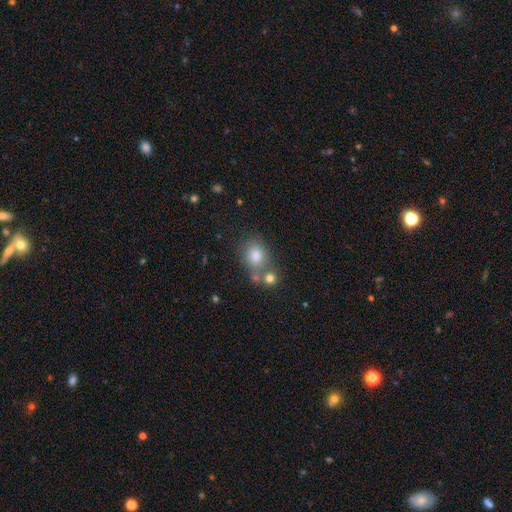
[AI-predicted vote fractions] Overall: smooth (77%). How rounded: round (60%; in between 38%). Merging: none (58%; merger 25%).